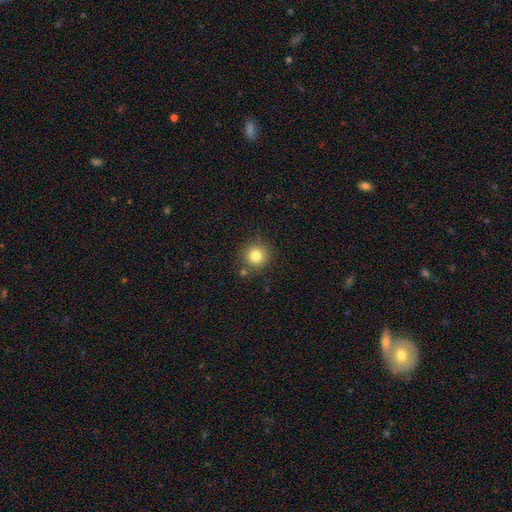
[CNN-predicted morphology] Smooth or featured? smooth (82%)
How rounded? round (94%)
Merging? none (82%)